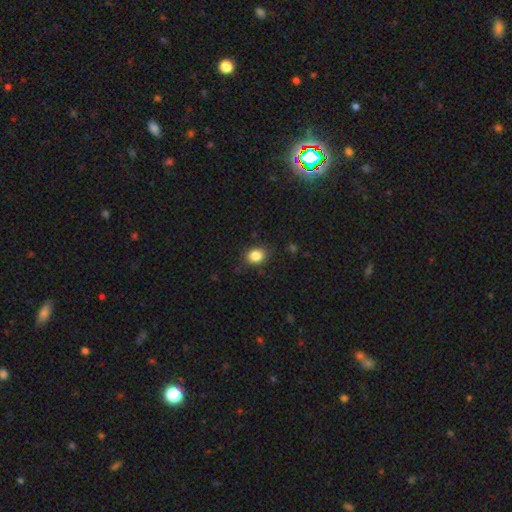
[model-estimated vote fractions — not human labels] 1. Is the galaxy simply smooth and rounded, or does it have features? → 85% smooth, 10% star or artifact, 5% featured or disk.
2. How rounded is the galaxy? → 58% round, 41% in between, 1% cigar-shaped.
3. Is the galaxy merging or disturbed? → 85% none, 11% minor disturbance, 3% major disturbance, 1% merger.